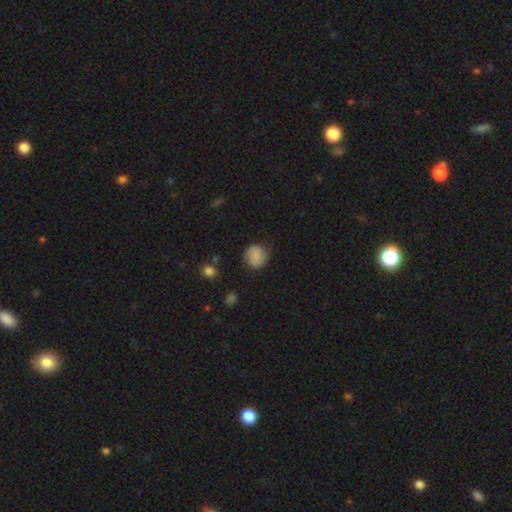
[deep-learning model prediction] Overall: smooth (70%). How rounded: round (83%). Merging: none (73%).